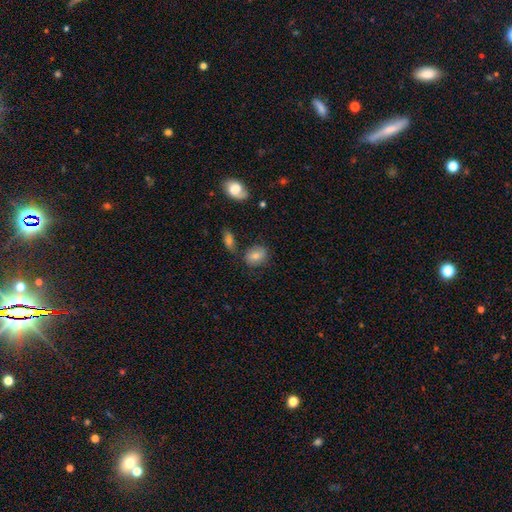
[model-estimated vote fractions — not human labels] Smooth or featured?
  - smooth: 77% *
  - featured or disk: 14%
  - star or artifact: 9%
How rounded?
  - in between: 59% *
  - round: 39%
  - cigar-shaped: 2%
Merging?
  - none: 71% *
  - minor disturbance: 16%
  - merger: 8%
  - major disturbance: 5%